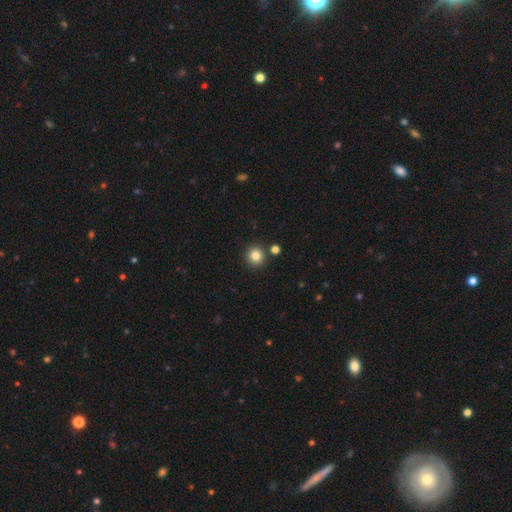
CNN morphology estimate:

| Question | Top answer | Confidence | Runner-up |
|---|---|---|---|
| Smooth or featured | smooth | 84% | star or artifact (11%) |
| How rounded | round | 94% | in between (5%) |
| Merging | none | 88% | minor disturbance (6%) |